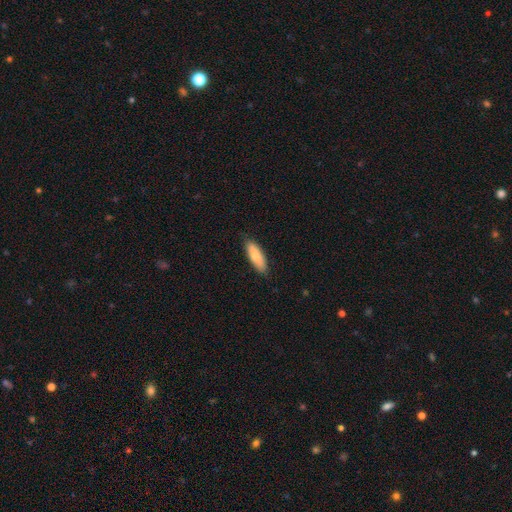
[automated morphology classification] Overall: smooth (80%). How rounded: in between (58%; cigar-shaped 40%). Merging: none (85%).